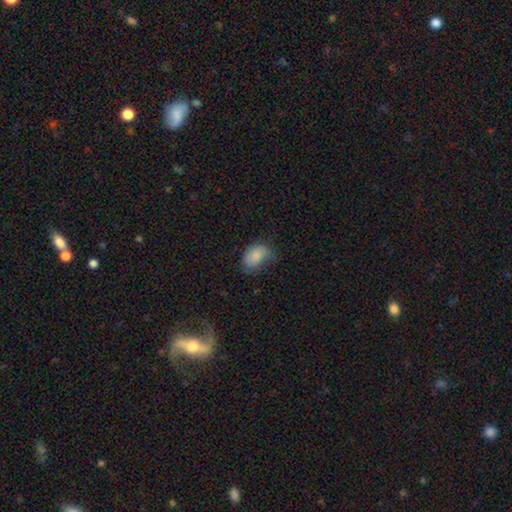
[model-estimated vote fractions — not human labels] smooth_or_featured: smooth (p=0.83) [alt: featured or disk p=0.09]
how_rounded: in between (p=0.85) [alt: round p=0.14]
merging: none (p=0.52) [alt: minor disturbance p=0.33]